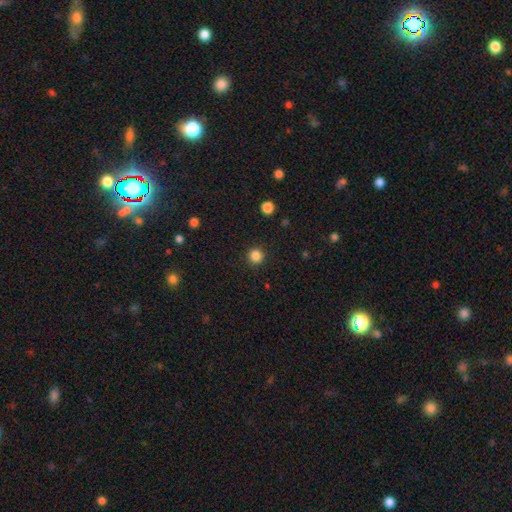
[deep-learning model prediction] This is clearly a smooth galaxy (84%). How rounded: clearly round (95%). Merging: clearly none (92%).